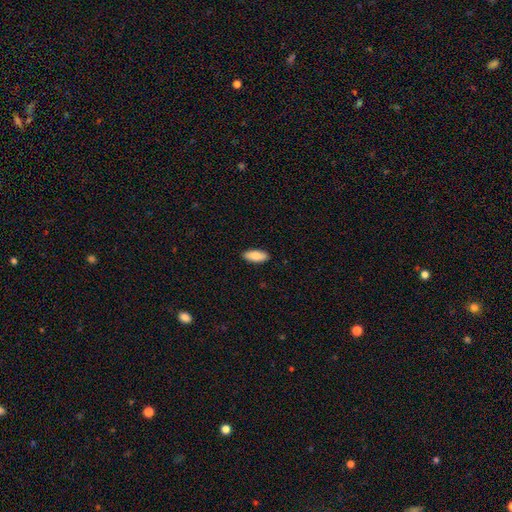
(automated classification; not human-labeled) This is clearly a smooth galaxy (84%). How rounded: clearly in between (85%). Merging: clearly none (90%).